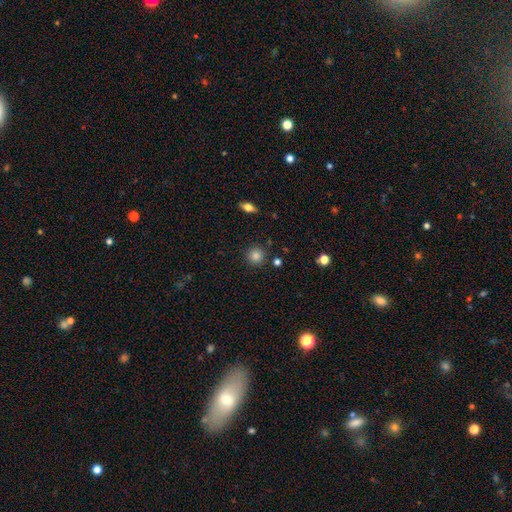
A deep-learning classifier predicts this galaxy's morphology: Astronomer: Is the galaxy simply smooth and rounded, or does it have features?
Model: smooth — 84%.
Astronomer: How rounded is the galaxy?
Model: round — 93%.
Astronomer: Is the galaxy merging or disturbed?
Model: none — 89%.